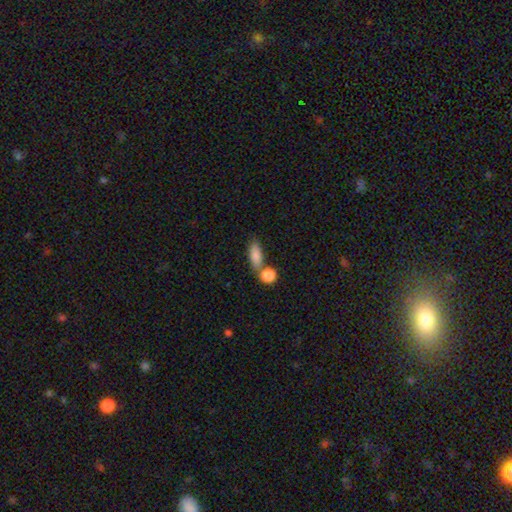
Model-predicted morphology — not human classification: A smooth galaxy with no disk features (84%) that is in between round and cigar-shaped (72%). Merging: none (55%).